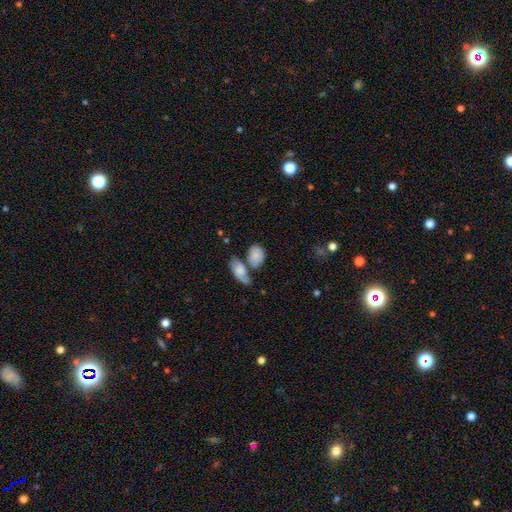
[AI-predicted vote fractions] Smooth or featured: smooth — 81% (featured or disk — 12%)
How rounded: in between — 72% (round — 26%)
Merging: none — 40% (merger — 38%)